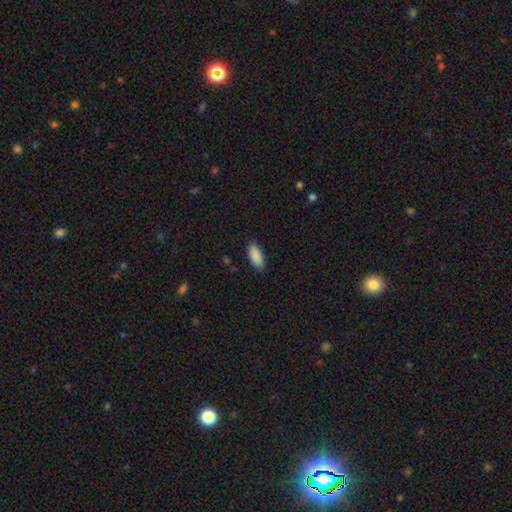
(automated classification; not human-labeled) This is clearly a smooth galaxy (90%). How rounded: clearly in between (82%). Merging: clearly none (86%).